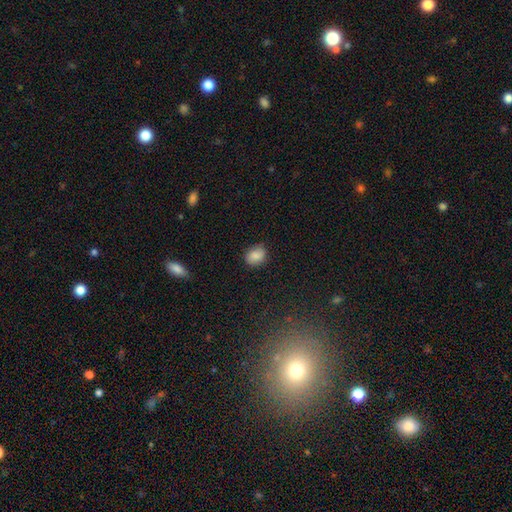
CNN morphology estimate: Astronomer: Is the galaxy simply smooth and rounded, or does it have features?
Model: smooth — 83%.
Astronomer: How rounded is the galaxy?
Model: in between — 54% (runner-up: round, 45%).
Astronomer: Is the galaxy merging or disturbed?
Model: none — 80%.